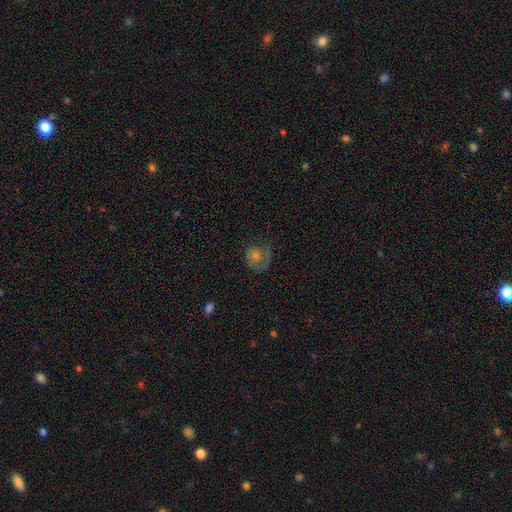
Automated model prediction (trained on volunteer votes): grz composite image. It shows a featured or disk galaxy (53%) with no bar (81%), spiral arms (72%) and a moderate central bulge (47%). Merging: none (54%).